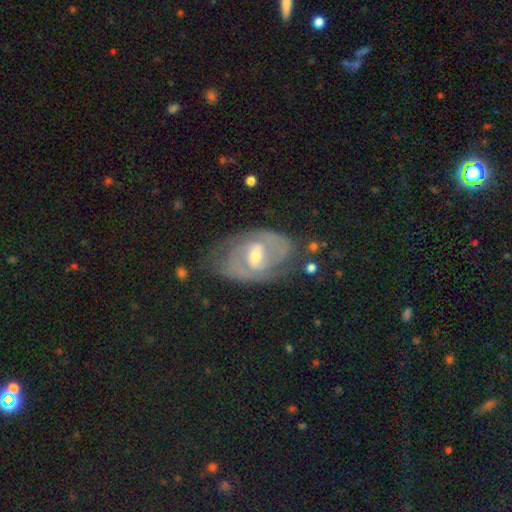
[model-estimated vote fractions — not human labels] smooth-or-featured: featured or disk: 83% | smooth: 9% | star or artifact: 8%
  disk-edge-on: no: 96% | yes: 4%
    bar: weak: 55% | no: 26% | strong: 19%
    has-spiral-arms: yes: 92% | no: 8%
      spiral-winding: tight: 52% | medium: 39% | loose: 10%
      spiral-arm-count: 2: 67% | can't tell: 18% | 3: 7% | 1: 3% | 4: 2% | more than 4: 2%
    bulge-size: moderate: 57% | small: 38% | large: 2% | none: 1% | dominant: 1%
  merging: none: 69% | minor disturbance: 21% | major disturbance: 8% | merger: 2%